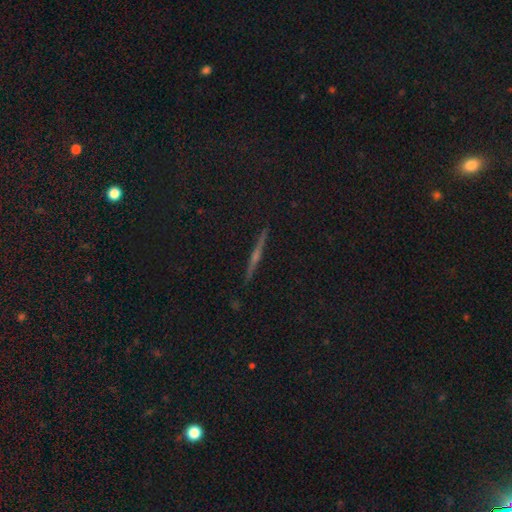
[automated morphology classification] Smooth or featured? Predicted: featured or disk (p=0.70). Edge-on disk? Predicted: yes (p=0.98). Edge-on bulge? Predicted: rounded (p=0.69). Merging? Predicted: none (p=0.93).